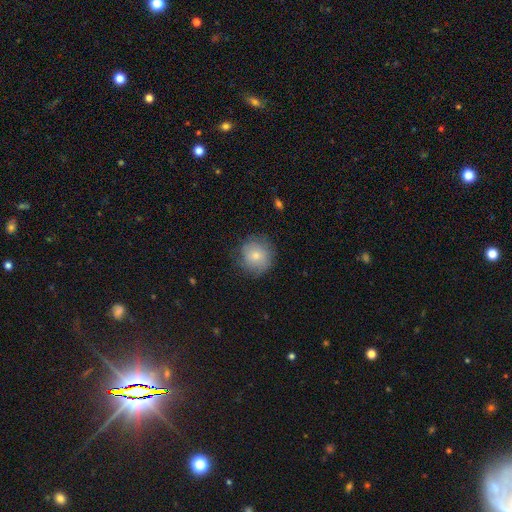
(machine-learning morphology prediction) This appears to be a smooth galaxy with no disk features (76%) that is round (92%). Merging: none (76%).